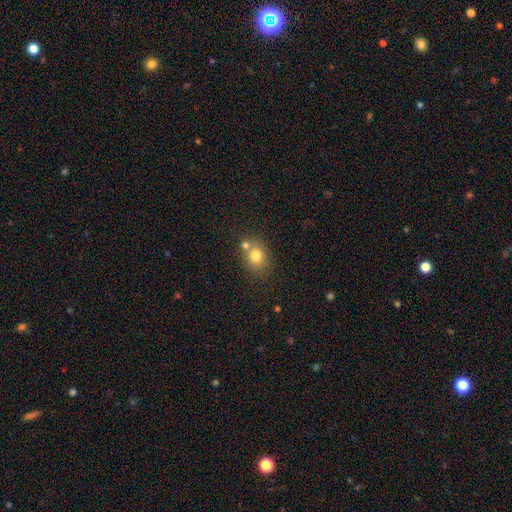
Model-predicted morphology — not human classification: A smooth galaxy with no disk features (77%) that is round (64%).

Vote fractions:
- Smooth or featured? smooth: 77% / star or artifact: 12% / featured or disk: 11%
- How rounded? round: 64% / in between: 35% / cigar-shaped: 1%
- Merging? none: 56% / merger: 29% / minor disturbance: 11% / major disturbance: 4%